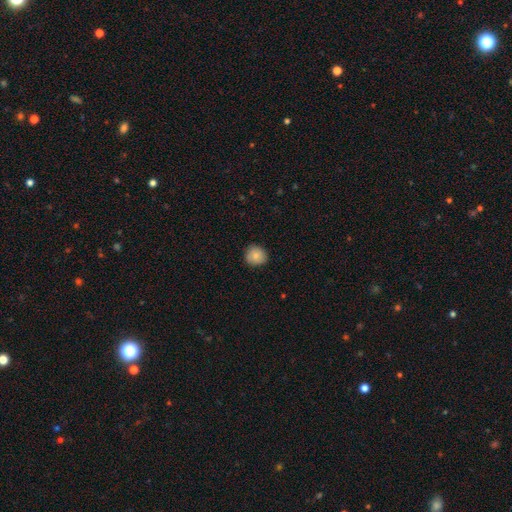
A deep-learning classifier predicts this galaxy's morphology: smooth-or-featured: smooth: 82% | featured or disk: 9% | star or artifact: 8%
  how-rounded: round: 87% | in between: 12% | cigar-shaped: 1%
  merging: none: 85% | minor disturbance: 12% | major disturbance: 2% | merger: 1%